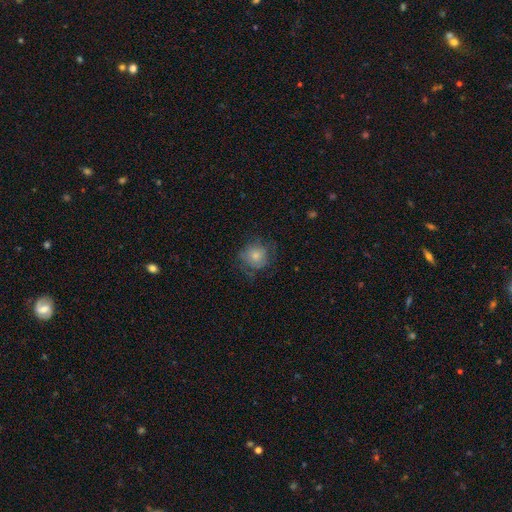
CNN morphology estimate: type=smooth (73%); roundness=round (86%); merging=none (63%).